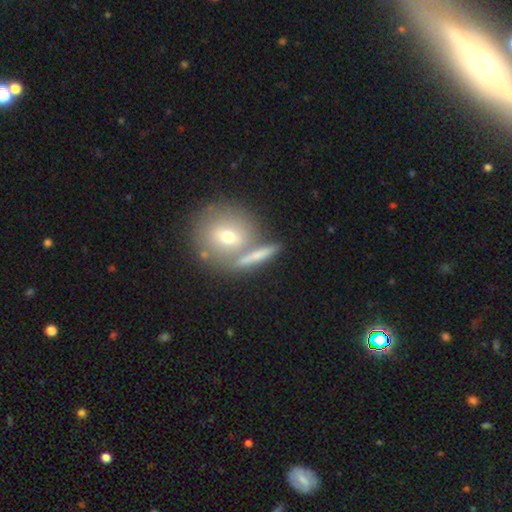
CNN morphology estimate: Smooth or featured: smooth — 60% (featured or disk — 31%)
How rounded: round — 40% (cigar-shaped — 37%)
Merging: none — 63% (merger — 23%)